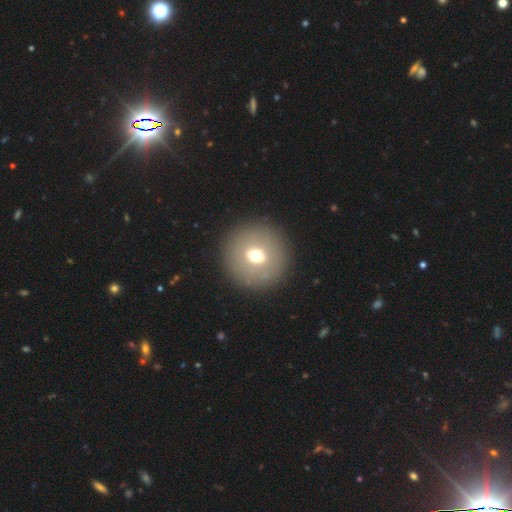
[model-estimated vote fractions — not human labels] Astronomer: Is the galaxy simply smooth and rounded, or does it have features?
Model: smooth — 61%.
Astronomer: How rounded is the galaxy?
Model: round — 94%.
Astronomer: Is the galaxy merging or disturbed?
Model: none — 90%.